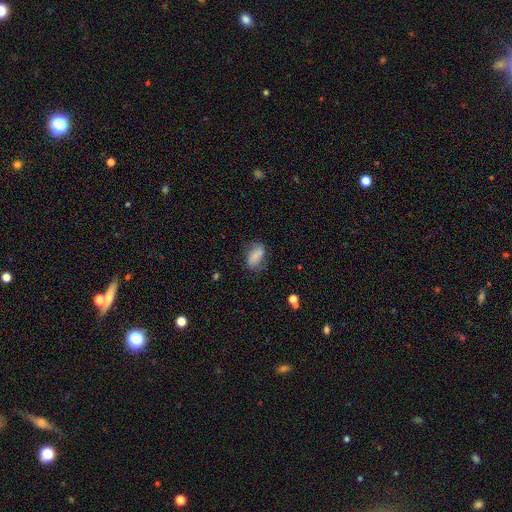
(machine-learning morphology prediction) Smooth or featured? Predicted: smooth (p=0.72). How rounded? Predicted: in between (p=0.88). Merging? Predicted: none (p=0.60).